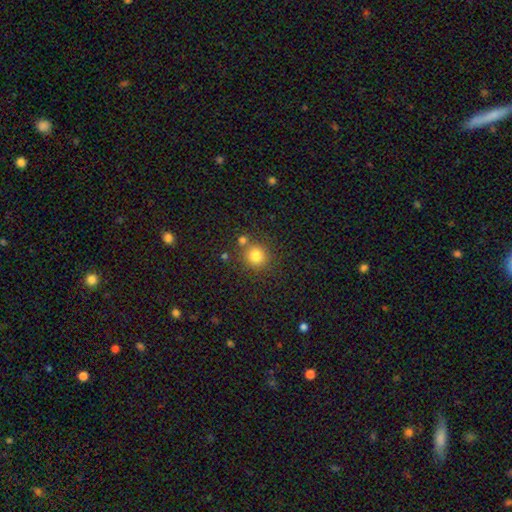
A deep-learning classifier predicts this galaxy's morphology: type=smooth (81%); roundness=round (91%); merging=none (77%).